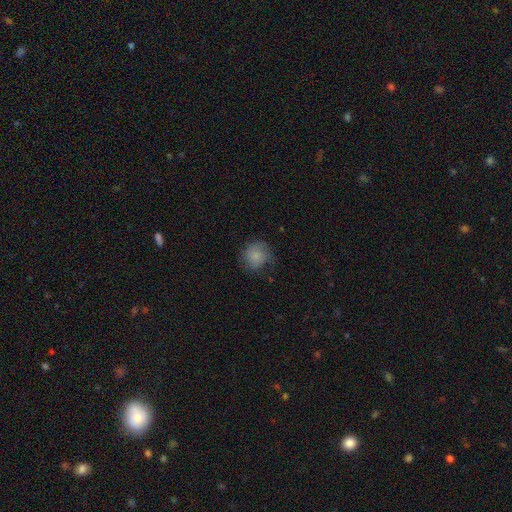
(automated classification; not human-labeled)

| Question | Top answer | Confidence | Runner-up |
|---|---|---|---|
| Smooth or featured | smooth | 78% | featured or disk (13%) |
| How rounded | round | 86% | in between (13%) |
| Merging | none | 68% | minor disturbance (22%) |